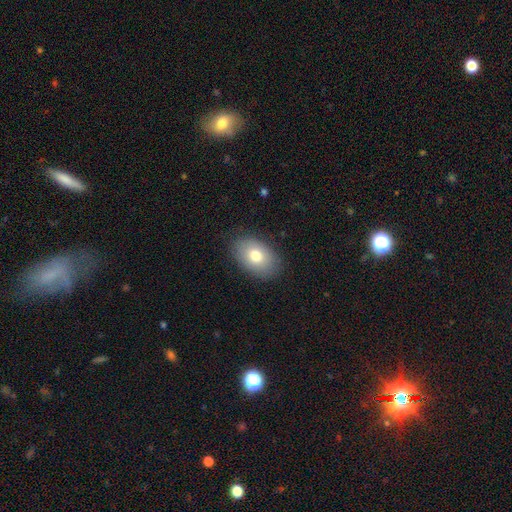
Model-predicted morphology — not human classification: Smooth or featured? Predicted: smooth (p=0.76). How rounded? Predicted: in between (p=0.87). Merging? Predicted: none (p=0.85).